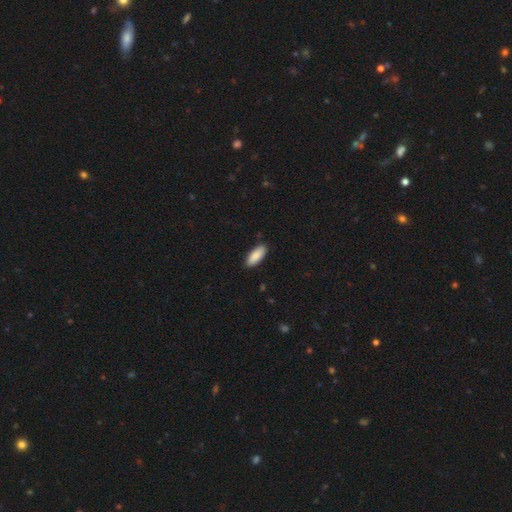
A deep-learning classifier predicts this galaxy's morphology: A smooth galaxy with no disk features (89%) that is in between round and cigar-shaped (78%). Merging: none (88%).